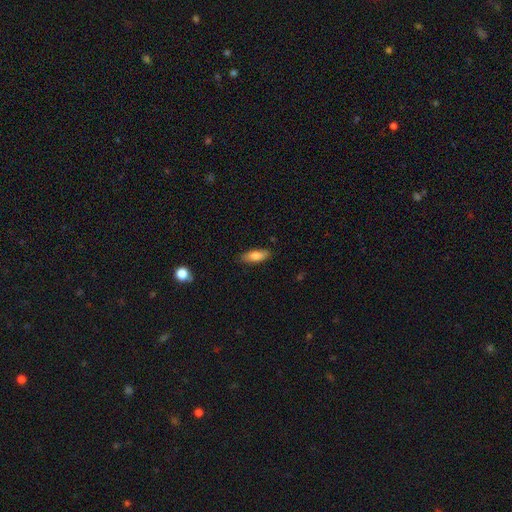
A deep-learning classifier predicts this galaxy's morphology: Smooth or featured? Predicted: smooth (p=0.80). How rounded? Predicted: in between (p=0.63). Merging? Predicted: none (p=0.84).